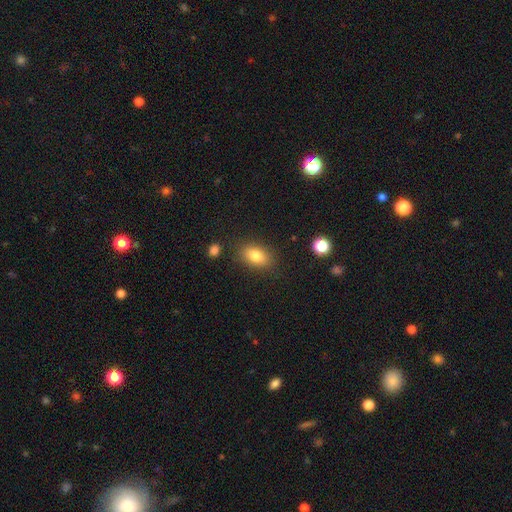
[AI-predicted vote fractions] This is clearly a smooth galaxy (80%). How rounded: clearly in between (84%). Merging: clearly none (83%).